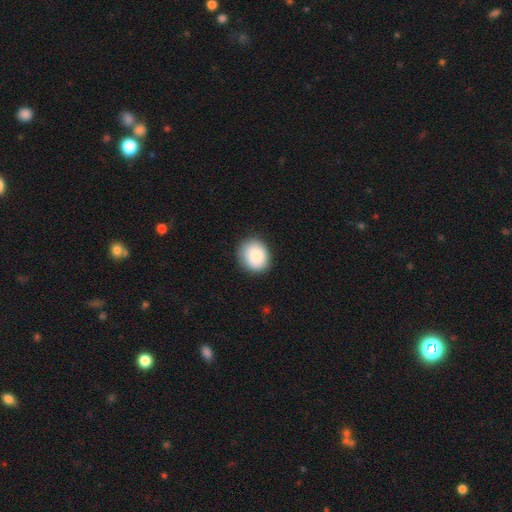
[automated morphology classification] Smooth or featured?
  - smooth: 83% *
  - featured or disk: 10%
  - star or artifact: 8%
How rounded?
  - round: 71% *
  - in between: 28%
  - cigar-shaped: 1%
Merging?
  - none: 87% *
  - minor disturbance: 10%
  - major disturbance: 2%
  - merger: 1%